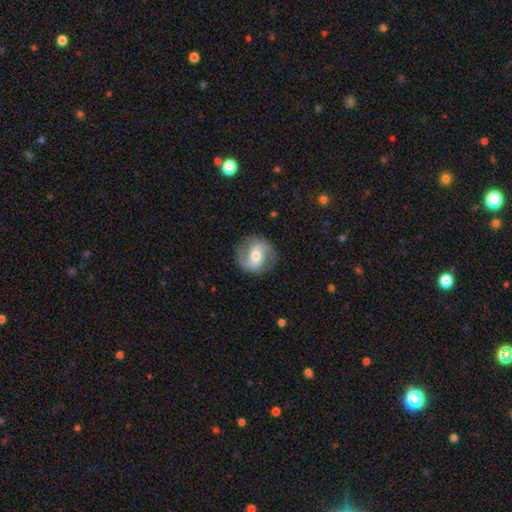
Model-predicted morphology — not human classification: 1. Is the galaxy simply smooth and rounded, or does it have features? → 65% featured or disk, 29% smooth, 6% star or artifact.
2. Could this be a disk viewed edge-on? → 96% no, 4% yes.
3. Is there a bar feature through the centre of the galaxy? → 40% weak, 33% strong, 27% no.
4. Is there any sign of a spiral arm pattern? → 76% yes, 24% no.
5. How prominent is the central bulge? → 66% moderate, 25% small, 7% large, 1% dominant, 1% none.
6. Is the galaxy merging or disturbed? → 81% none, 12% minor disturbance, 6% major disturbance, 1% merger.